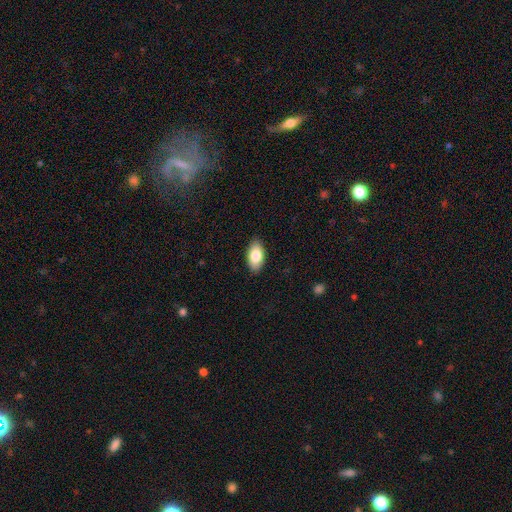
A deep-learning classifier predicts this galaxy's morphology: A smooth galaxy with no disk features (82%) that is in between round and cigar-shaped (94%).

Vote fractions:
- Smooth or featured? smooth: 82% / featured or disk: 12% / star or artifact: 6%
- How rounded? in between: 94% / round: 4% / cigar-shaped: 2%
- Merging? none: 88% / minor disturbance: 9% / major disturbance: 2% / merger: 1%